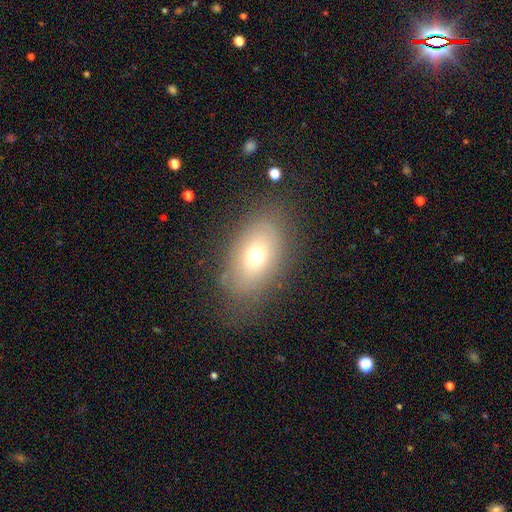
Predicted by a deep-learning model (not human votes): Q: Smooth or featured?
A: smooth (62%); runner-up: featured or disk (27%)
Q: How rounded?
A: in between (86%); runner-up: round (11%)
Q: Merging?
A: none (73%); runner-up: minor disturbance (18%)